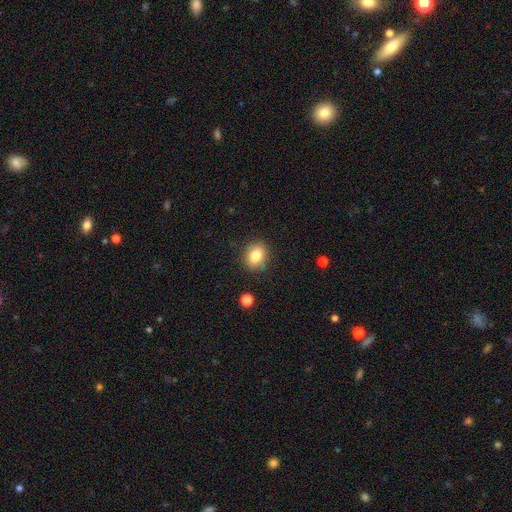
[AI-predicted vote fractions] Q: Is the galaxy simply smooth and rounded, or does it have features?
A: smooth — 82%.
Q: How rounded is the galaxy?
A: round — 55%.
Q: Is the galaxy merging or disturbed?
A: none — 85%.